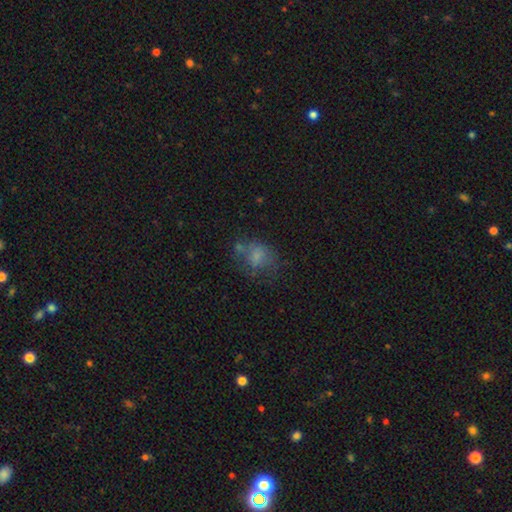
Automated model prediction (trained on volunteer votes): Smooth or featured?
  - smooth: 57% *
  - featured or disk: 25%
  - star or artifact: 18%
How rounded?
  - in between: 52% *
  - round: 47%
  - cigar-shaped: 1%
Merging?
  - none: 45% *
  - minor disturbance: 22%
  - major disturbance: 21%
  - merger: 12%